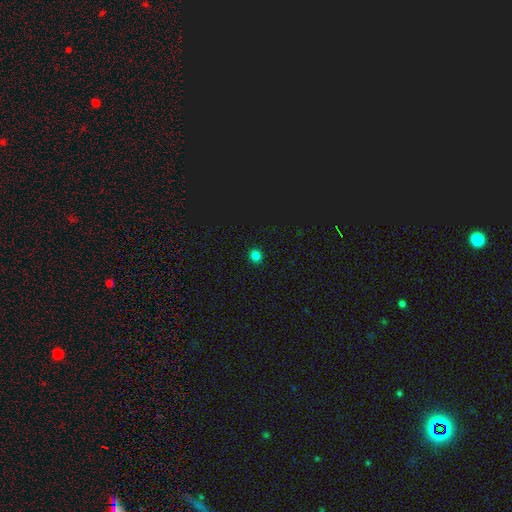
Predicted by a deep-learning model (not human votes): The model was most divided on "how rounded": round: 81%, in between: 18%, cigar-shaped: 1%. More confident: merging — none (92%); smooth or featured — smooth (80%).